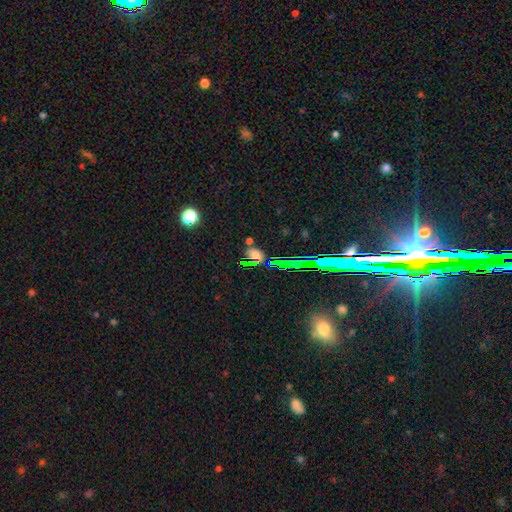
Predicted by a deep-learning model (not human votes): A smooth galaxy with no disk features (51%) that is in between round and cigar-shaped (57%).

Vote fractions:
- Smooth or featured? smooth: 51% / star or artifact: 38% / featured or disk: 10%
- How rounded? in between: 57% / round: 39% / cigar-shaped: 5%
- Merging? none: 66% / minor disturbance: 17% / merger: 9% / major disturbance: 8%